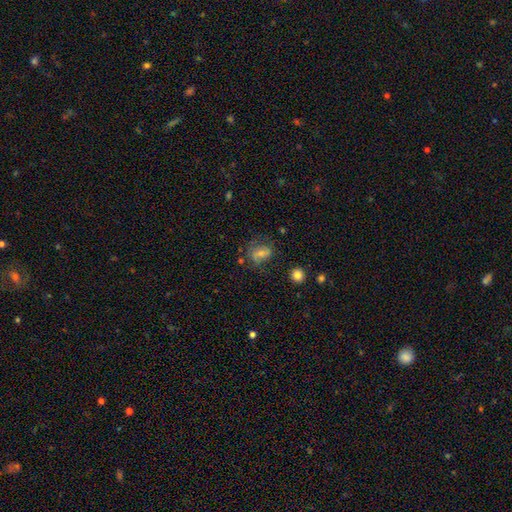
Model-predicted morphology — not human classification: Q: Smooth or featured?
A: smooth (42%); runner-up: featured or disk (32%)
Q: Merging?
A: none (63%); runner-up: minor disturbance (20%)